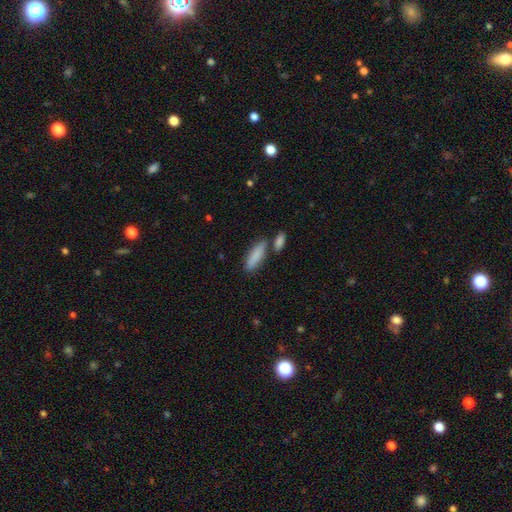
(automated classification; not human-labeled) A smooth galaxy with no disk features (84%) that is cigar-shaped (58%). Merging: none (64%).